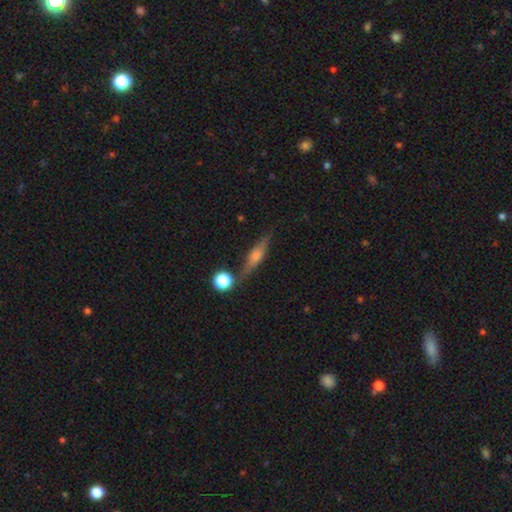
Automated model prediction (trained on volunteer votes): This appears to be a featured or disk galaxy (61%) viewed edge-on (94%) with a rounded central bulge (81%). Merging: none (78%).